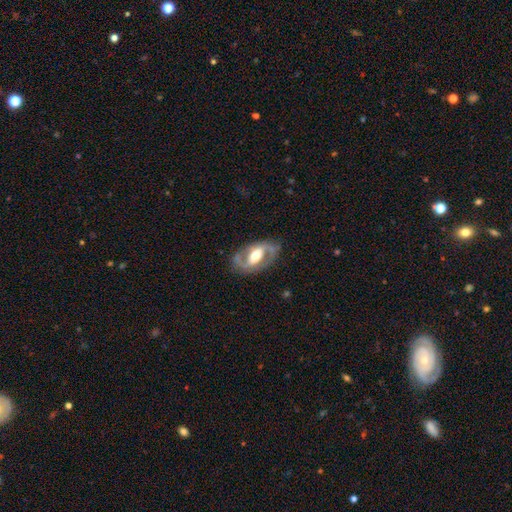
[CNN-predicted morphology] The model was most divided on "bar": strong: 42%, weak: 35%, no: 23%. More confident: edge-on disk — no (95%); spiral arm count — 2 (89%); spiral arms — yes (85%); smooth or featured — featured or disk (84%); merging — none (78%); bulge size — moderate (67%); spiral winding — medium (53%).